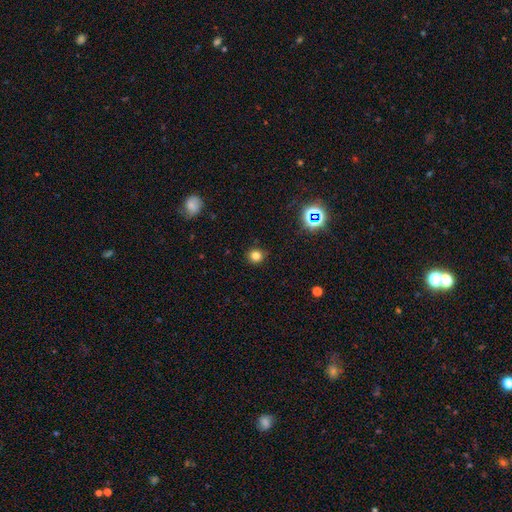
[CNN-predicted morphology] Smooth or featured? Predicted: smooth (p=0.79). How rounded? Predicted: round (p=0.92). Merging? Predicted: none (p=0.90).